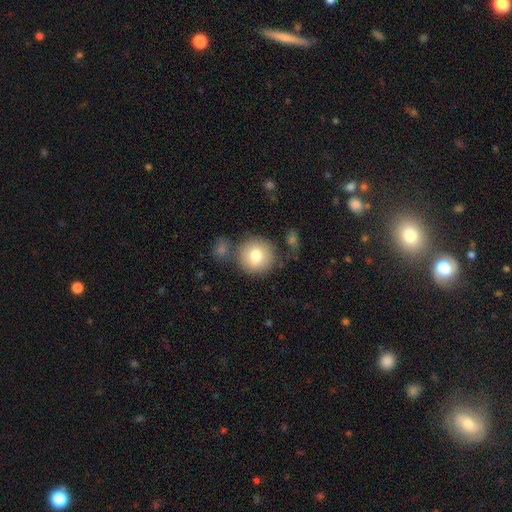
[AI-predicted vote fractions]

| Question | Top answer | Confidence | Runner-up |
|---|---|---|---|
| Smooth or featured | smooth | 77% | featured or disk (14%) |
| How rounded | round | 94% | in between (5%) |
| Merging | none | 73% | minor disturbance (11%) |